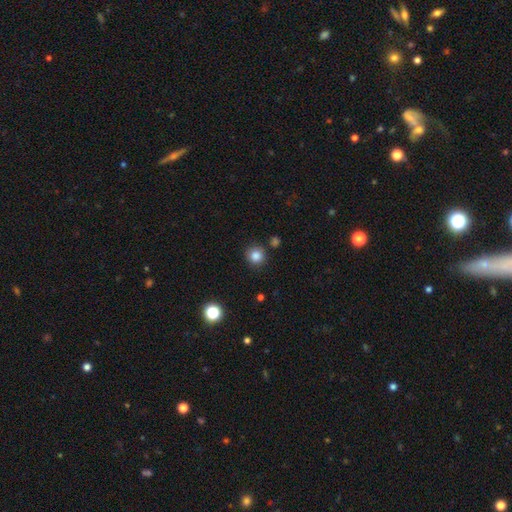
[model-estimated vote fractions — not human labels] Smooth or featured: smooth — 84% (star or artifact — 11%)
How rounded: round — 92% (in between — 7%)
Merging: none — 86% (minor disturbance — 8%)